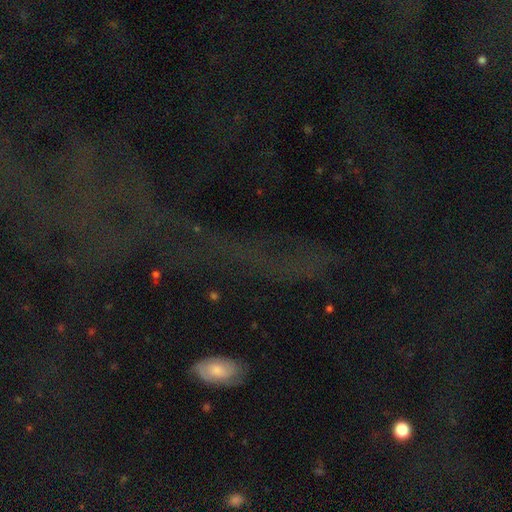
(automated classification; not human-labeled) Q: Smooth or featured?
A: star or artifact (62%); runner-up: smooth (21%)